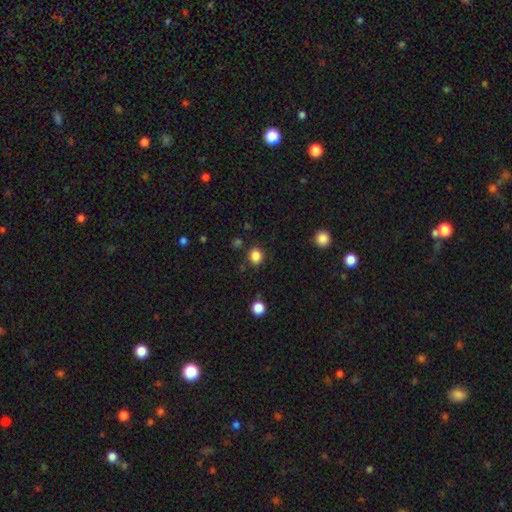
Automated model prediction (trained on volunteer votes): Smooth or featured? Predicted: smooth (p=0.85). How rounded? Predicted: round (p=0.66). Merging? Predicted: none (p=0.84).